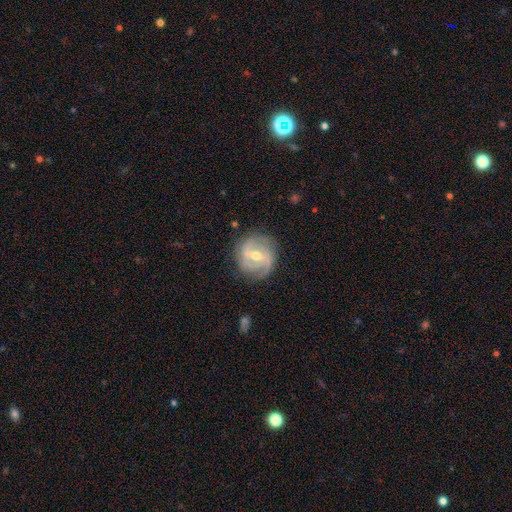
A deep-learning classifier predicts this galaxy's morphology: Smooth or featured? Predicted: featured or disk (p=0.83). Edge-on disk? Predicted: no (p=0.97). Bar? Predicted: weak (p=0.48). Spiral arms? Predicted: yes (p=0.94). Spiral winding? Predicted: medium (p=0.44). Spiral arm count? Predicted: 2 (p=0.57). Bulge size? Predicted: moderate (p=0.63). Merging? Predicted: none (p=0.81).